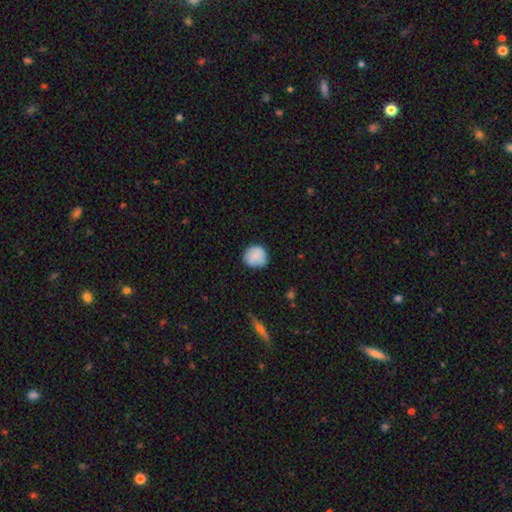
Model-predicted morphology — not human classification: A smooth galaxy with no disk features (83%) that is round (91%).

Vote fractions:
- Smooth or featured? smooth: 83% / featured or disk: 10% / star or artifact: 7%
- How rounded? round: 91% / in between: 8% / cigar-shaped: 1%
- Merging? none: 79% / minor disturbance: 17% / major disturbance: 3% / merger: 1%